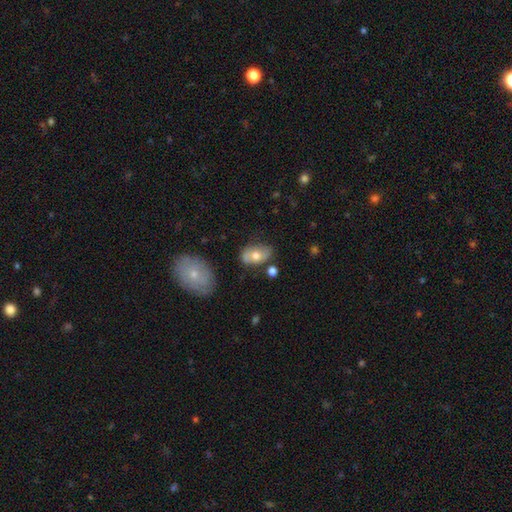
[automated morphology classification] smooth-or-featured: smooth: 59% | featured or disk: 34% | star or artifact: 7%
  how-rounded: in between: 86% | round: 12% | cigar-shaped: 2%
  merging: none: 68% | minor disturbance: 21% | merger: 6% | major disturbance: 6%